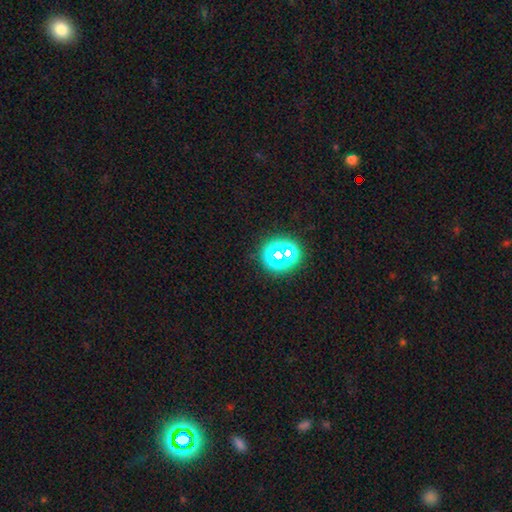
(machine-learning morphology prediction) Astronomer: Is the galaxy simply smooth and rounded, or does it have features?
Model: star or artifact — 55% (runner-up: smooth, 37%).